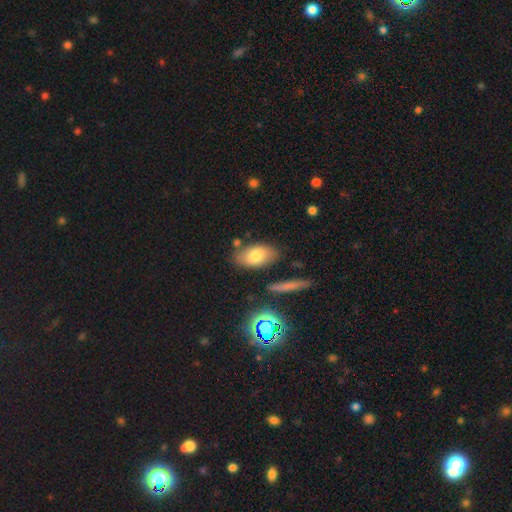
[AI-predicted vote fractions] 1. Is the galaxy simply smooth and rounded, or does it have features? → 75% smooth, 16% featured or disk, 9% star or artifact.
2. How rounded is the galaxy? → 91% in between, 5% round, 4% cigar-shaped.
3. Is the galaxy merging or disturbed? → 76% none, 14% minor disturbance, 6% merger, 4% major disturbance.